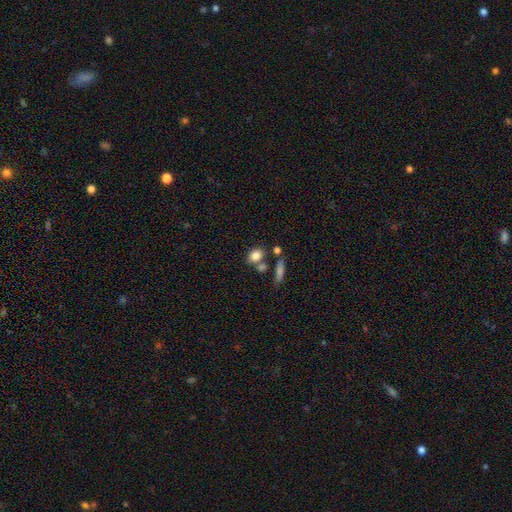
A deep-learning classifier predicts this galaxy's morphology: Q: Smooth or featured?
A: smooth (81%); runner-up: featured or disk (10%)
Q: How rounded?
A: in between (64%); runner-up: round (32%)
Q: Merging?
A: none (59%); runner-up: merger (23%)